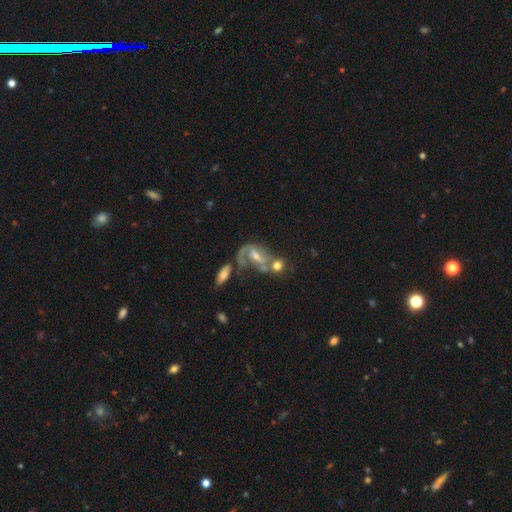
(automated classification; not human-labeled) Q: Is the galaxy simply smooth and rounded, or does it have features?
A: featured or disk — 74%.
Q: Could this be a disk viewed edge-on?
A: no — 96%.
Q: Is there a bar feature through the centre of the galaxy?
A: weak — 48%.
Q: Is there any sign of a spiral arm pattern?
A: yes — 87%.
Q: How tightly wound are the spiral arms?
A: medium — 47%.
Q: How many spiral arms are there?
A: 2 — 71%.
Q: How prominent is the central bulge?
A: moderate — 44%.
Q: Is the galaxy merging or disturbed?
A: merger — 36%.